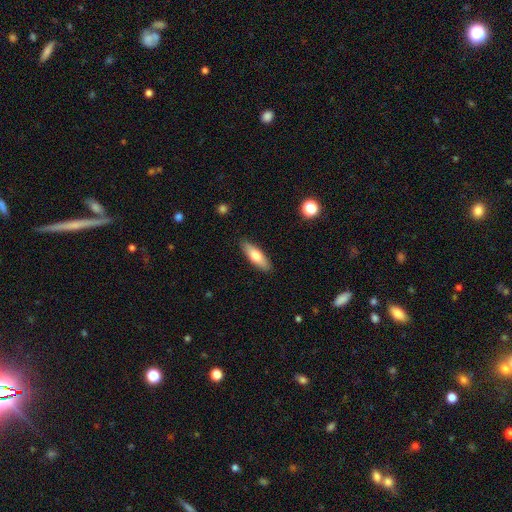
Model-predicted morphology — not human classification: This is likely a smooth galaxy (71%). How rounded: possibly in between (55%). Merging: clearly none (88%).